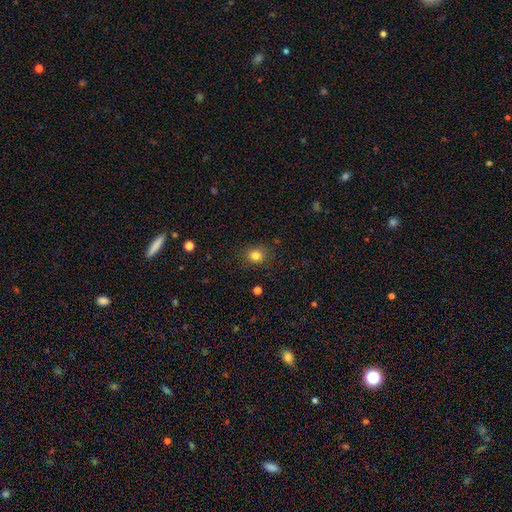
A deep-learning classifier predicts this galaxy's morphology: Q: Smooth or featured?
A: smooth (82%); runner-up: star or artifact (12%)
Q: How rounded?
A: round (69%); runner-up: in between (30%)
Q: Merging?
A: none (84%); runner-up: minor disturbance (12%)